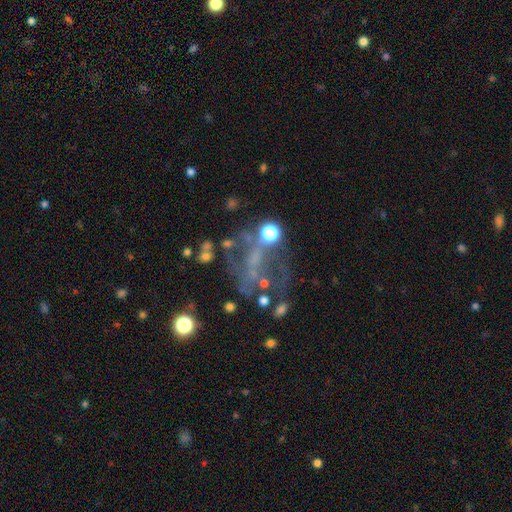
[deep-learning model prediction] This is possibly a featured or disk galaxy (54%). It is clearly not viewed edge-on (96%). Bar: likely no (70%). Spiral arm pattern: likely no (72%). Central bulge: possibly none (60%). Merging: marginally none (41%).